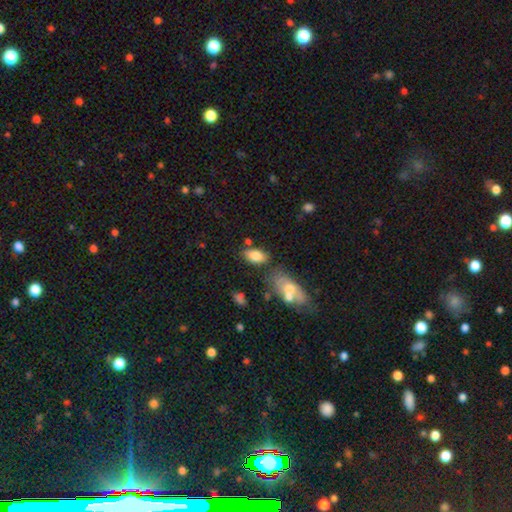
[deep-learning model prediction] Smooth or featured? Predicted: smooth (p=0.80). How rounded? Predicted: in between (p=0.92). Merging? Predicted: none (p=0.67).